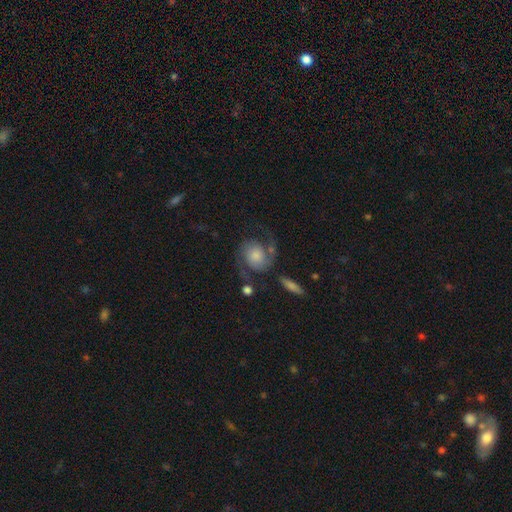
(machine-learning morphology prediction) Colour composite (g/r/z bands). It shows a featured or disk galaxy (81%) with no bar (75%), 2 (93%) medium (46%) spiral arms (97%) and a moderate central bulge (32%). Merging: none (66%).